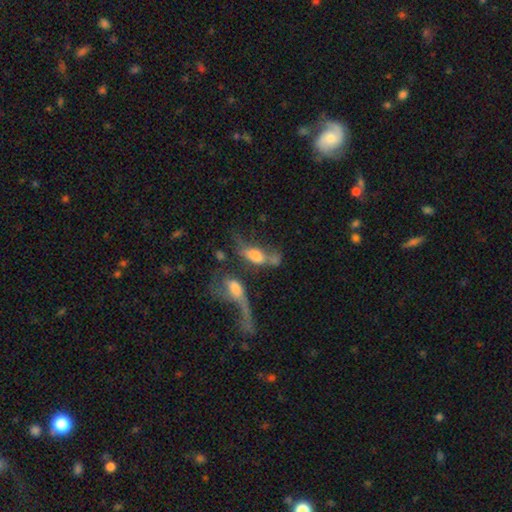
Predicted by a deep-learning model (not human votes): Smooth or featured?
  - smooth: 48% *
  - featured or disk: 41%
  - star or artifact: 11%
Merging?
  - merger: 49% *
  - major disturbance: 23%
  - none: 17%
  - minor disturbance: 11%